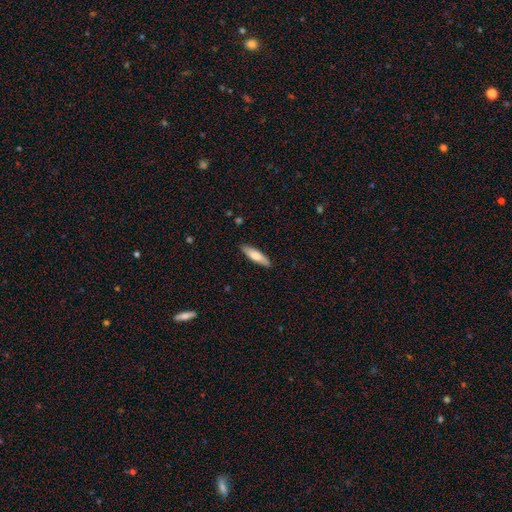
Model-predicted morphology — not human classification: Q: Smooth or featured?
A: smooth (73%); runner-up: featured or disk (22%)
Q: How rounded?
A: cigar-shaped (65%); runner-up: in between (33%)
Q: Merging?
A: none (88%); runner-up: minor disturbance (10%)